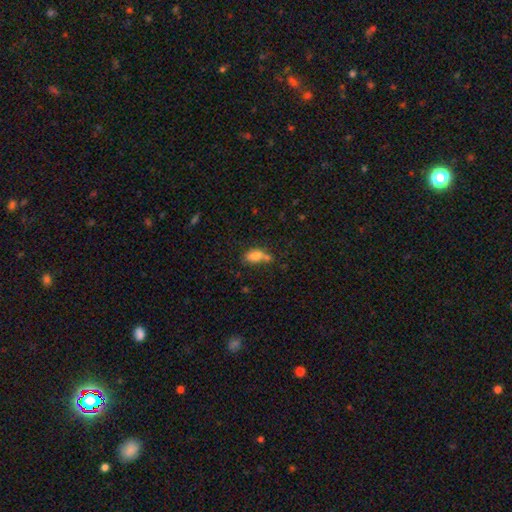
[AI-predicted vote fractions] This appears to be a smooth galaxy with no disk features (78%) that is in between round and cigar-shaped (84%). Merging: none (40%).